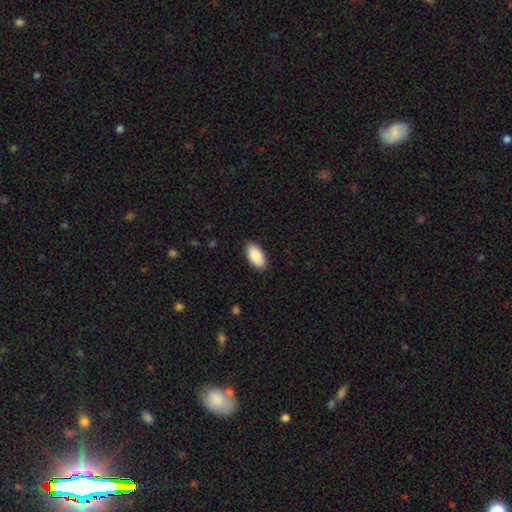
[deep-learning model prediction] The model was most divided on "merging": none: 89%, minor disturbance: 9%, major disturbance: 2%, merger: 1%. More confident: how rounded — in between (94%); smooth or featured — smooth (90%).